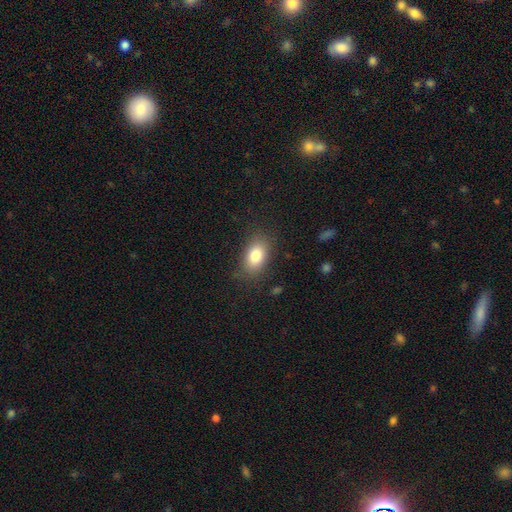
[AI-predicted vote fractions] Smooth or featured? Predicted: smooth (p=0.82). How rounded? Predicted: in between (p=0.88). Merging? Predicted: none (p=0.81).